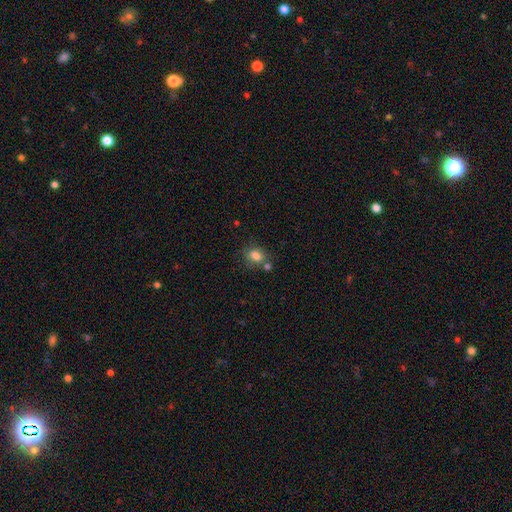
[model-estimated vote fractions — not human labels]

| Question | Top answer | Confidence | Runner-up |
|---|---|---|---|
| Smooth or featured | smooth | 81% | star or artifact (11%) |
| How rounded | in between | 56% | round (43%) |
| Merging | none | 60% | merger (20%) |